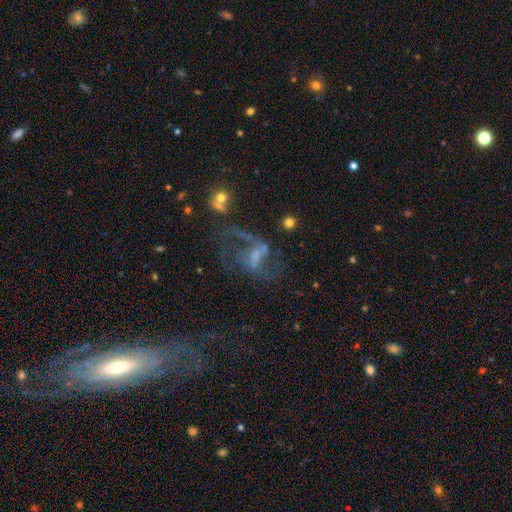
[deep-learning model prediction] smooth_or_featured: featured or disk (p=0.64) [alt: smooth p=0.18]
disk_edge_on: no (p=0.96) [alt: yes p=0.04]
bar: no (p=0.43) [alt: weak p=0.38]
has_spiral_arms: yes (p=0.64) [alt: no p=0.36]
bulge_size: none (p=0.38) [alt: small p=0.29]
merging: major disturbance (p=0.41) [alt: none p=0.34]